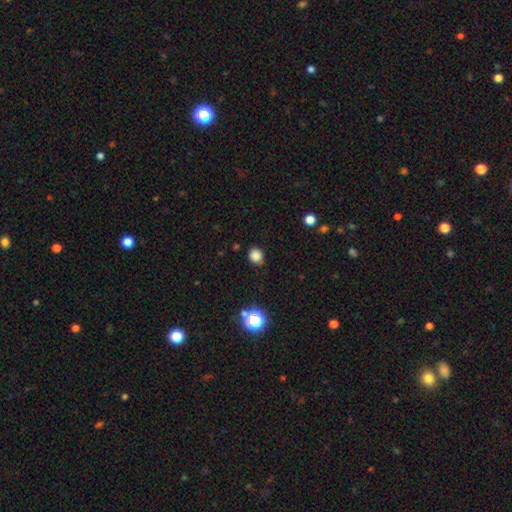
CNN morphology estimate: A smooth galaxy with no disk features (83%) that is round (81%). Merging: none (83%).